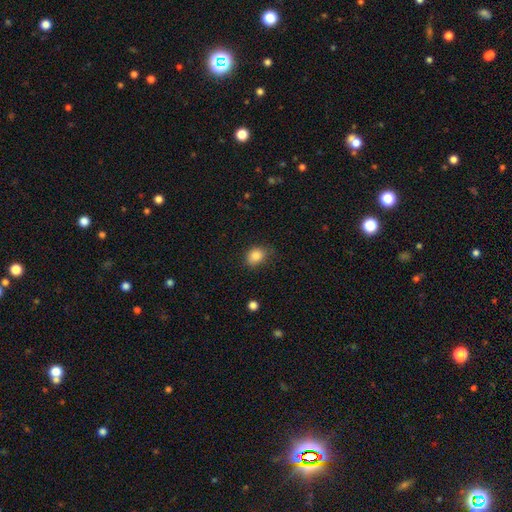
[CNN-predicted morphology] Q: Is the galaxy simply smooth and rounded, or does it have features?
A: smooth — 85%.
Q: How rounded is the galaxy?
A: round — 52%.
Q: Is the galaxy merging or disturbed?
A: none — 68%.